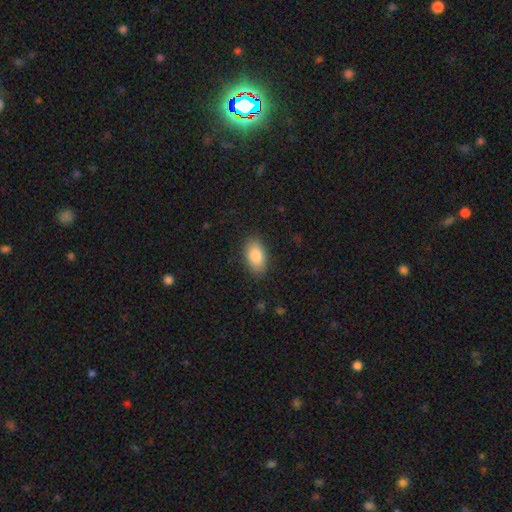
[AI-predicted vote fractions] smooth 87%, star or artifact 7%, featured or disk 6%. Down the decision tree: how rounded — in between (93%); merging — none (87%).